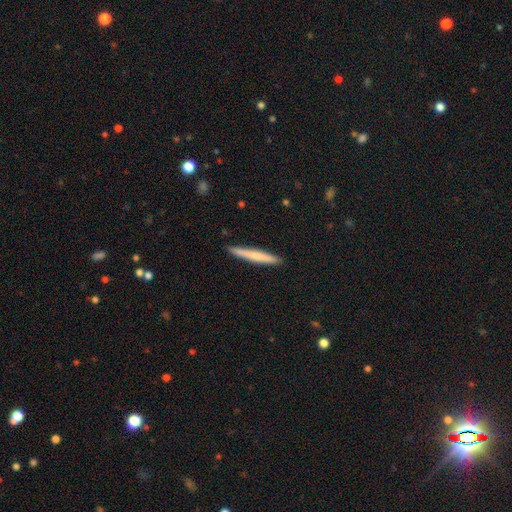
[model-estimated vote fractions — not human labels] This is likely a smooth galaxy (64%). How rounded: clearly cigar-shaped (96%). Merging: clearly none (90%).